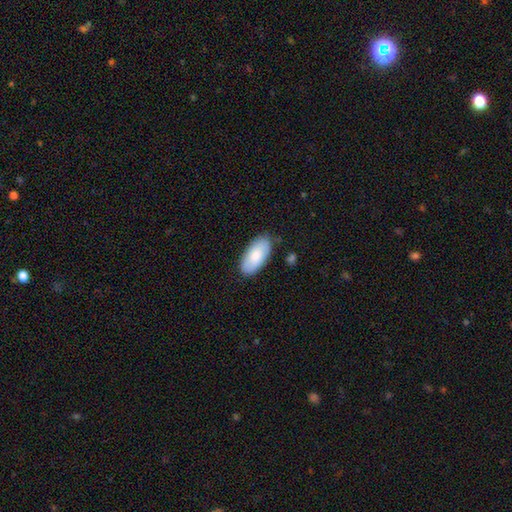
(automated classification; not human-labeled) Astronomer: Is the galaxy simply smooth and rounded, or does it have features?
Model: smooth — 81%.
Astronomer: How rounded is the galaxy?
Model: in between — 93%.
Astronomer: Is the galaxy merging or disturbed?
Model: none — 83%.